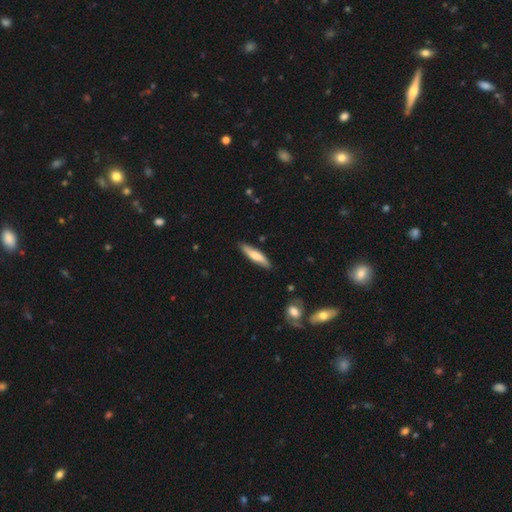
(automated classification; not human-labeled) Morphology: type=smooth (64%); roundness=cigar-shaped (79%); merging=none (85%).